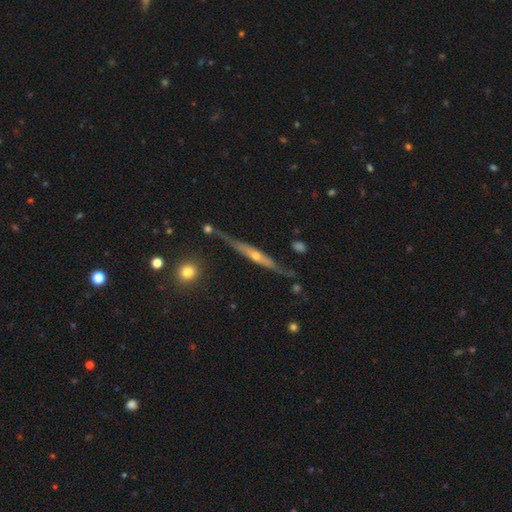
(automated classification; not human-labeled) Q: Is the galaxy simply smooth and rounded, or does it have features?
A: featured or disk — 77%.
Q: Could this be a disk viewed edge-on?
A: yes — 93%.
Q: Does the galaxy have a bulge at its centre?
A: rounded — 72%.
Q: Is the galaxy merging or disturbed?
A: none — 73%.